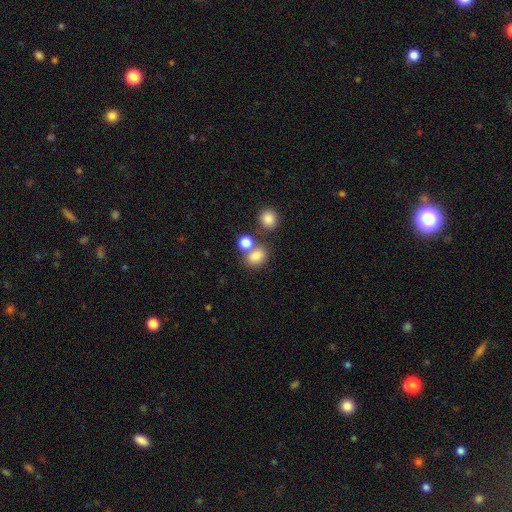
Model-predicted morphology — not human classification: This appears to be a smooth galaxy with no disk features (81%) that is in between round and cigar-shaped (57%). Merging: none (56%).